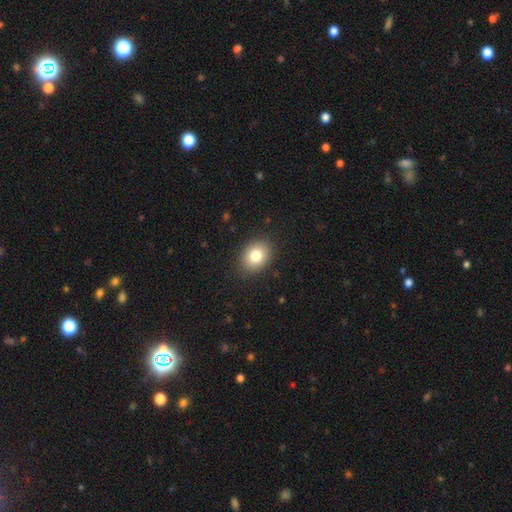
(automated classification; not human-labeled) This is clearly a smooth galaxy (81%). How rounded: possibly in between (56%). Merging: clearly none (88%).